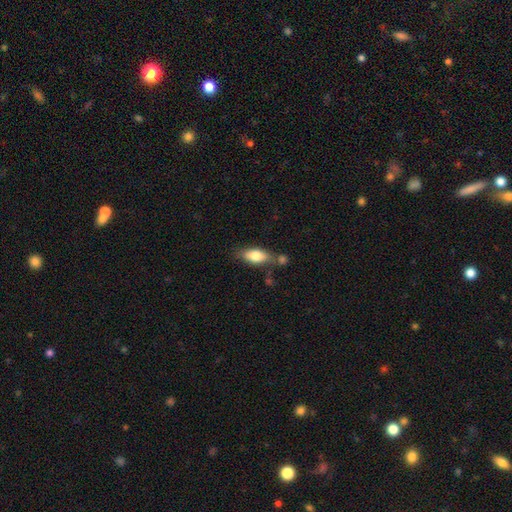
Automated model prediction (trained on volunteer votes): This is likely a smooth galaxy (76%). How rounded: clearly in between (83%). Merging: possibly none (59%).